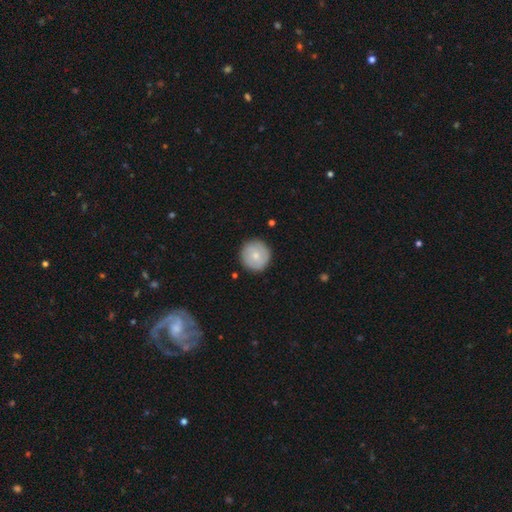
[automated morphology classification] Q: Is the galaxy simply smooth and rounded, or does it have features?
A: smooth — 67%.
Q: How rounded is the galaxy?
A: round — 95%.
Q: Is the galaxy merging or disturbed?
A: none — 89%.